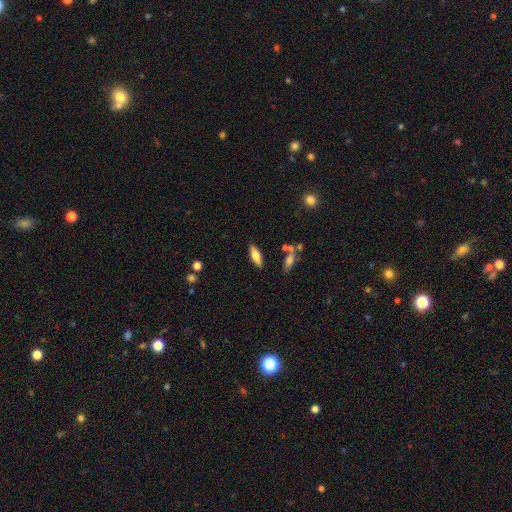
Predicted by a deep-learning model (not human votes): smooth 67%, featured or disk 26%, star or artifact 7%. Down the decision tree: how rounded — in between (60%); merging — none (83%).